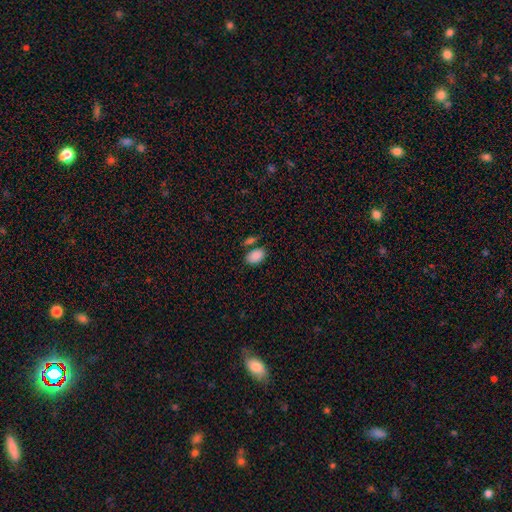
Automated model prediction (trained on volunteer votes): This appears to be a smooth galaxy with no disk features (88%) that is in between round and cigar-shaped (91%). Merging: none (68%).